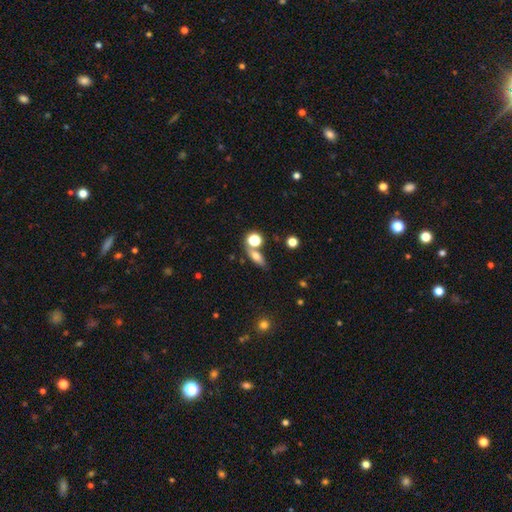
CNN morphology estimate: smooth 68%, featured or disk 18%, star or artifact 13%. Down the decision tree: how rounded — in between (58%); merging — none (62%).